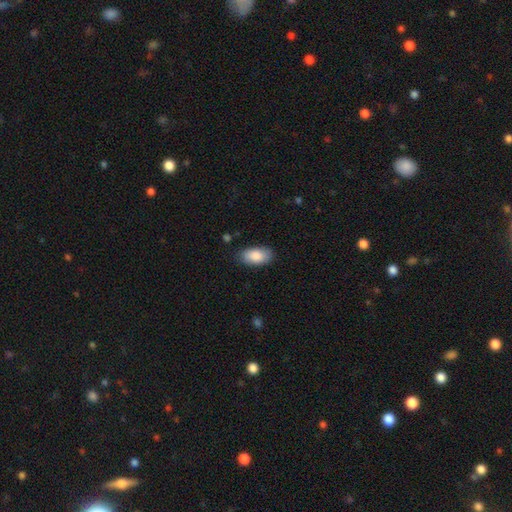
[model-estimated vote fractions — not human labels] Q: Smooth or featured?
A: smooth (87%); runner-up: featured or disk (7%)
Q: How rounded?
A: in between (94%); runner-up: round (3%)
Q: Merging?
A: none (83%); runner-up: minor disturbance (13%)